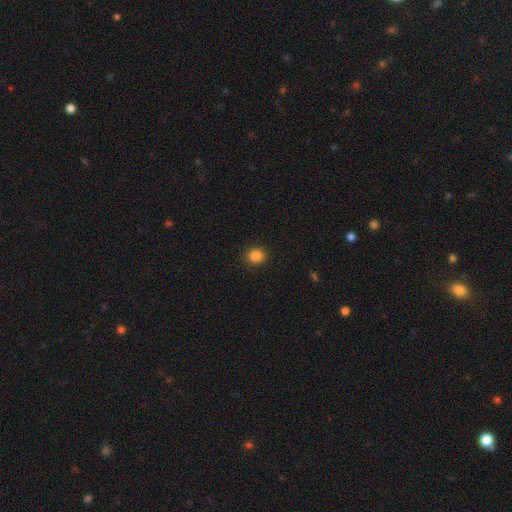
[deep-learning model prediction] Q: Smooth or featured?
A: smooth (86%); runner-up: star or artifact (11%)
Q: How rounded?
A: round (73%); runner-up: in between (26%)
Q: Merging?
A: none (90%); runner-up: minor disturbance (7%)